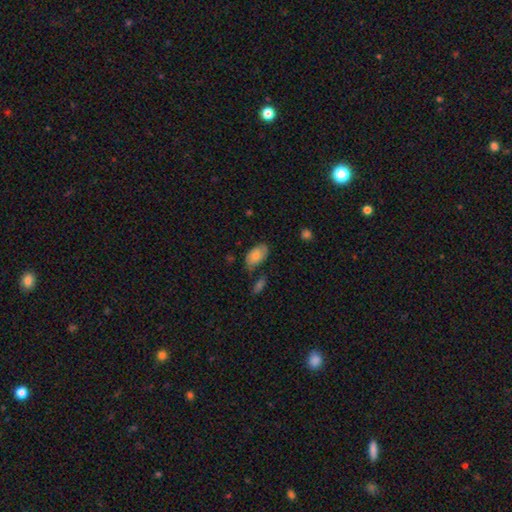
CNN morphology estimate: Q: Smooth or featured?
A: smooth (76%); runner-up: featured or disk (17%)
Q: How rounded?
A: in between (94%); runner-up: round (4%)
Q: Merging?
A: none (63%); runner-up: minor disturbance (23%)